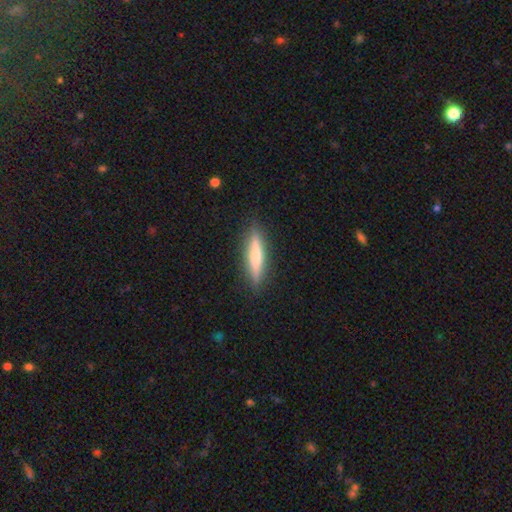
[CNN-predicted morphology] Smooth or featured: smooth — 52% (featured or disk — 42%)
How rounded: cigar-shaped — 86% (in between — 12%)
Merging: none — 89% (minor disturbance — 8%)